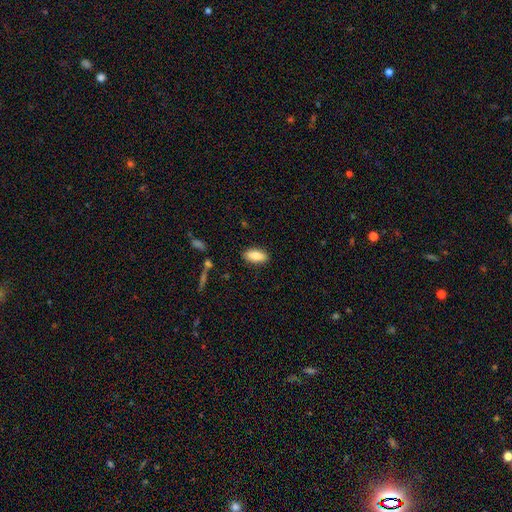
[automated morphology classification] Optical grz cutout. It shows a smooth galaxy with no disk features (83%) that is in between round and cigar-shaped (84%). Merging: none (87%).